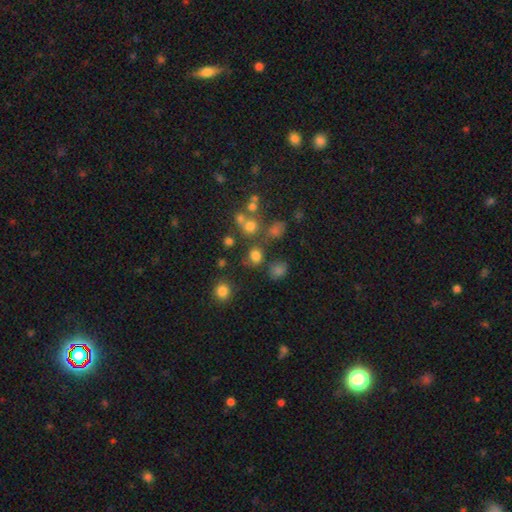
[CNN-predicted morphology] smooth-or-featured: smooth: 72% | star or artifact: 19% | featured or disk: 9%
  how-rounded: round: 77% | in between: 22% | cigar-shaped: 1%
  merging: none: 66% | merger: 15% | minor disturbance: 12% | major disturbance: 7%